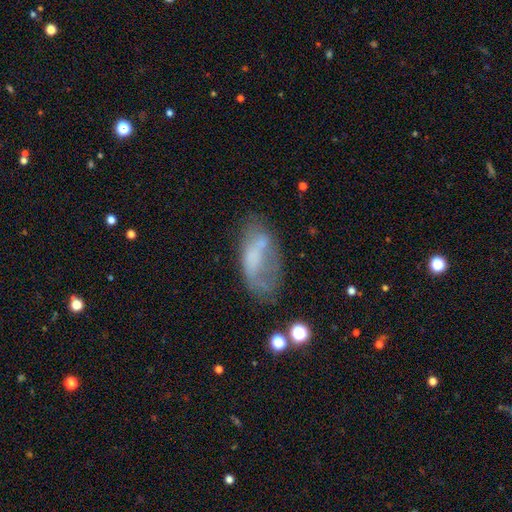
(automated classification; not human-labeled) Smooth or featured? Predicted: smooth (p=0.48). Merging? Predicted: none (p=0.37).